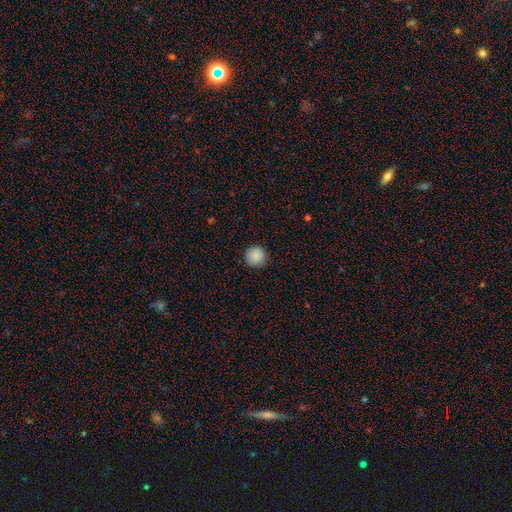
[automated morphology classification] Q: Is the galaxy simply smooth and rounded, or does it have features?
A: smooth — 89%.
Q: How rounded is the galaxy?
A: round — 96%.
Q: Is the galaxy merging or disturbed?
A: none — 91%.